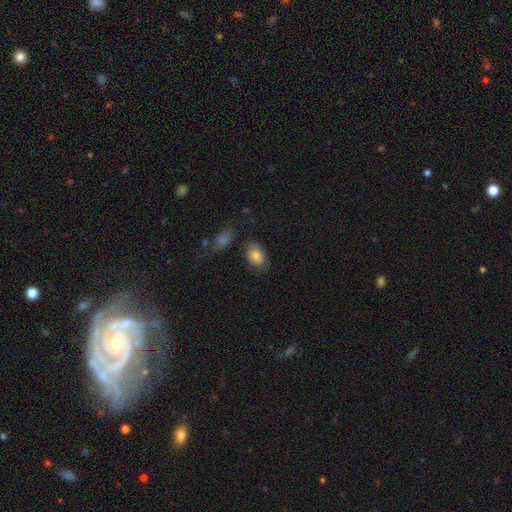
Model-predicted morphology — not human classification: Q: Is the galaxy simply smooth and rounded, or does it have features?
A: smooth — 79%.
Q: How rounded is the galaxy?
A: in between — 86%.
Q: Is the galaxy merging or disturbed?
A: none — 65%.